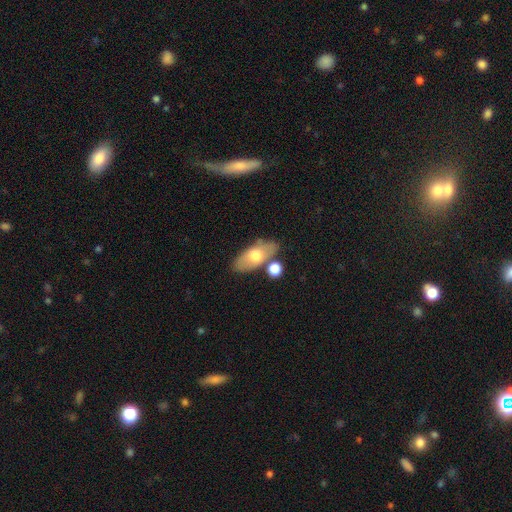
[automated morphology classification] This appears to be a smooth galaxy with no disk features (62%) that is in between round and cigar-shaped (87%). Merging: none (69%).